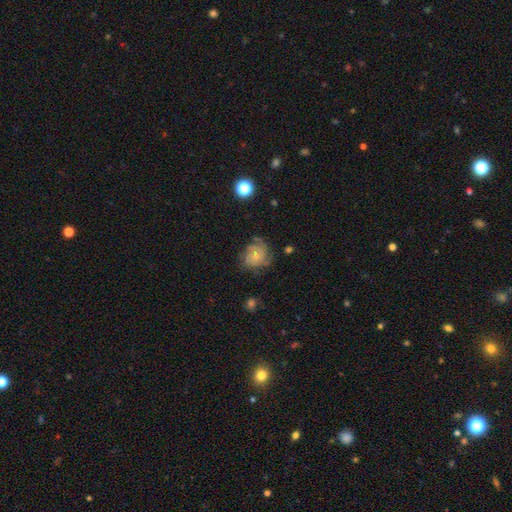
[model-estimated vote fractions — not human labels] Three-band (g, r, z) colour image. It shows a featured or disk galaxy (64%) with no bar (75%), tight (54%) spiral arms (90%) and a small central bulge (57%). Merging: none (65%).